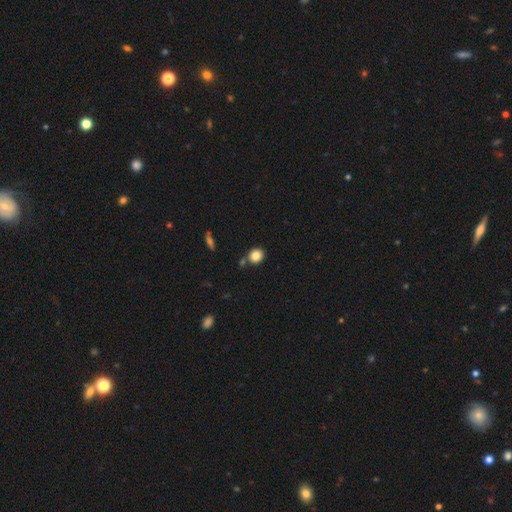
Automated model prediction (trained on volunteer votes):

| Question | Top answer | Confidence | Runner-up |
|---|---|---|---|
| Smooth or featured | smooth | 83% | star or artifact (10%) |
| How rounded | round | 71% | in between (28%) |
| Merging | none | 76% | merger (11%) |